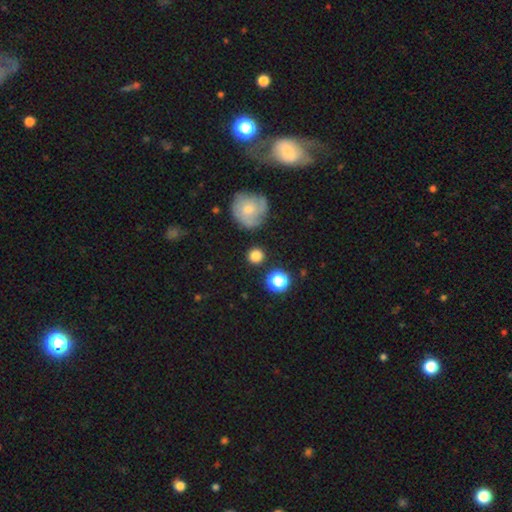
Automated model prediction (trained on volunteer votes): Smooth or featured? smooth (79%)
How rounded? round (92%)
Merging? none (86%)